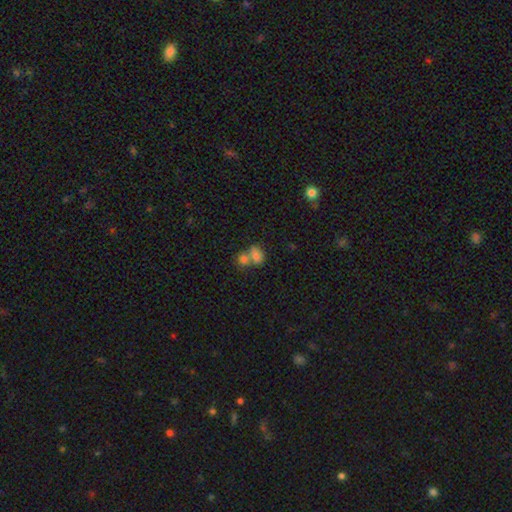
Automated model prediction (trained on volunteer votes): smooth 77%, featured or disk 12%, star or artifact 11%. Down the decision tree: how rounded — in between (73%); merging — merger (62%).